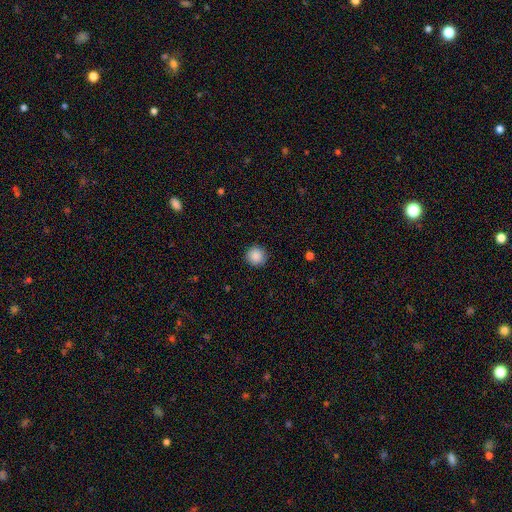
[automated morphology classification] Smooth or featured? smooth (88%)
How rounded? round (94%)
Merging? none (91%)